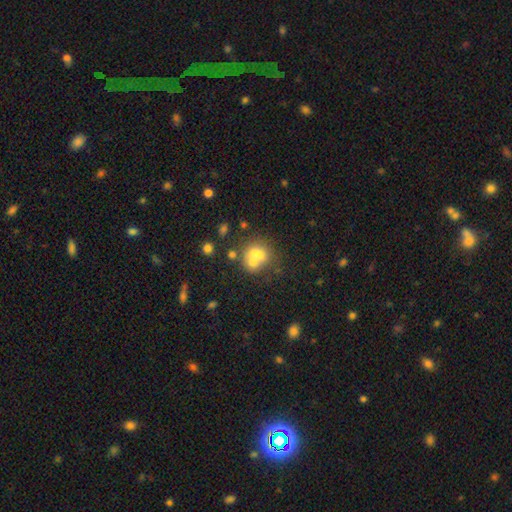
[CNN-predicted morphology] smooth-or-featured: smooth: 64% | featured or disk: 23% | star or artifact: 14%
  how-rounded: round: 66% | in between: 33% | cigar-shaped: 1%
  merging: merger: 48% | none: 33% | minor disturbance: 11% | major disturbance: 8%